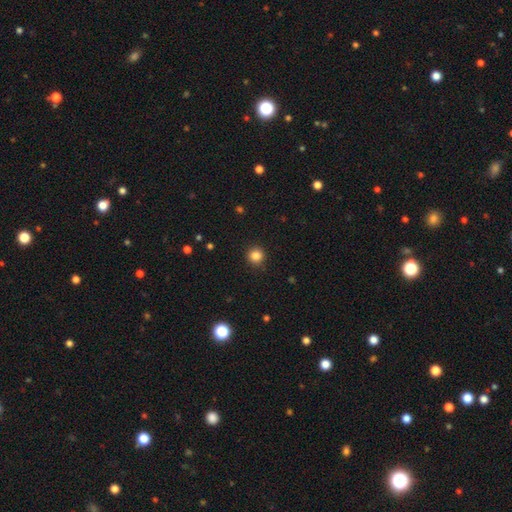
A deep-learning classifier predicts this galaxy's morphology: The model was most divided on "smooth or featured": smooth: 84%, star or artifact: 12%, featured or disk: 4%. More confident: how rounded — round (94%); merging — none (92%).